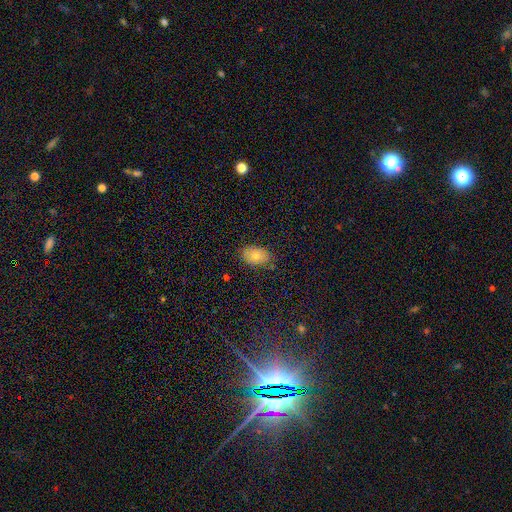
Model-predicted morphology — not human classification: Smooth or featured: smooth — 75% (featured or disk — 14%)
How rounded: in between — 86% (round — 13%)
Merging: none — 84% (minor disturbance — 12%)